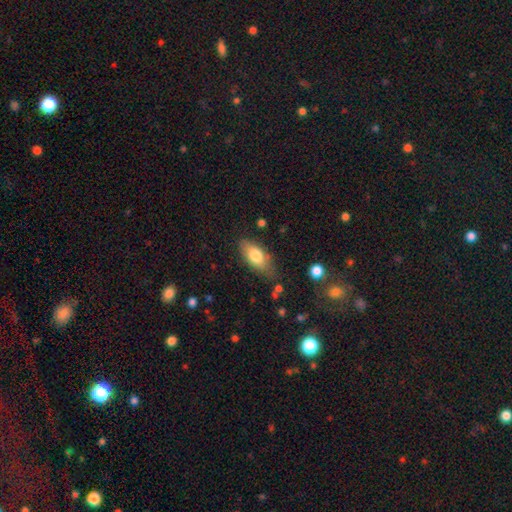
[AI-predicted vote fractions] A smooth galaxy with no disk features (76%) that is in between round and cigar-shaped (86%). Merging: none (72%).